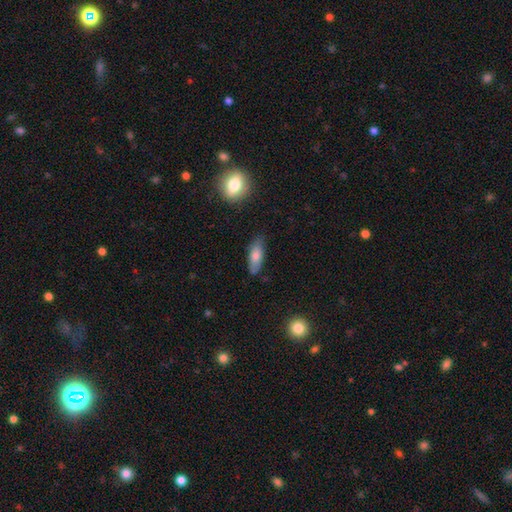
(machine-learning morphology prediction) type=smooth (76%); roundness=in between (71%); merging=none (78%).